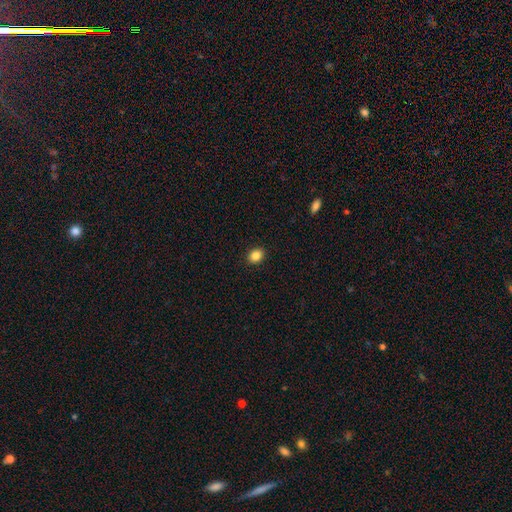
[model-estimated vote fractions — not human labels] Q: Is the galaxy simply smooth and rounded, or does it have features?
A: smooth — 86%.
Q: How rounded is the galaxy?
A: in between — 50%.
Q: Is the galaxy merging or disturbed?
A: none — 91%.